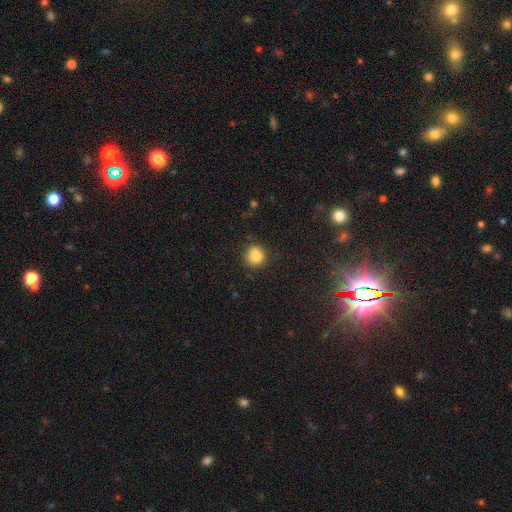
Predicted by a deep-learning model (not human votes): Smooth or featured? smooth (81%)
How rounded? round (85%)
Merging? none (75%)